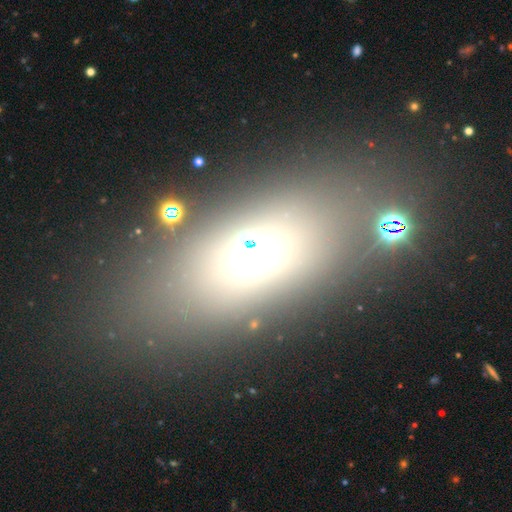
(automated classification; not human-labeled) Q: Smooth or featured?
A: smooth (64%); runner-up: star or artifact (20%)
Q: How rounded?
A: in between (79%); runner-up: round (13%)
Q: Merging?
A: none (72%); runner-up: minor disturbance (12%)